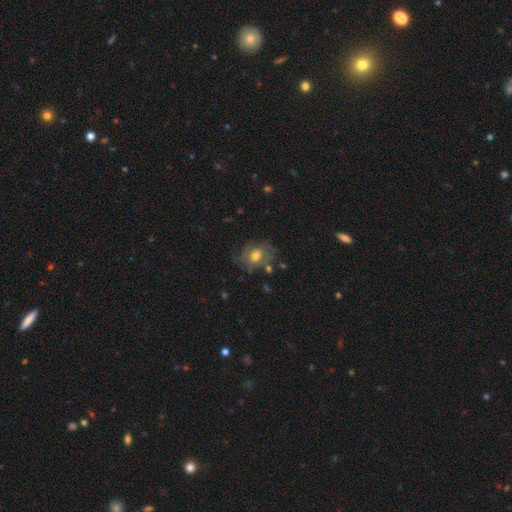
Smooth or featured?
  - smooth: 44% * (tied)
  - featured or disk: 44% * (tied)
  - star or artifact: 13%
How rounded?
  - round: 59% *
  - in between: 41%
  - cigar-shaped: 0%
Merging?
  - none: 62% *
  - minor disturbance: 21%
  - major disturbance: 12%
  - merger: 6%